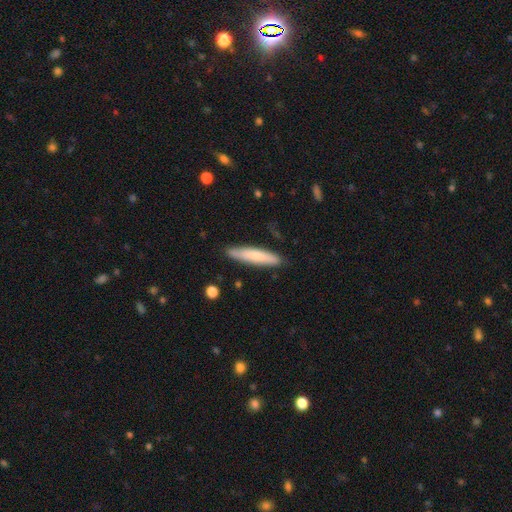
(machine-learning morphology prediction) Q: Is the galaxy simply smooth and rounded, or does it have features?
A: smooth — 72%.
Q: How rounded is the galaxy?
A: cigar-shaped — 88%.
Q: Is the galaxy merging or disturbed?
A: none — 85%.